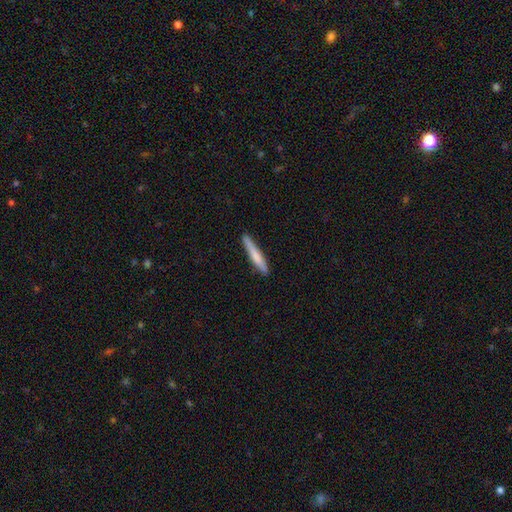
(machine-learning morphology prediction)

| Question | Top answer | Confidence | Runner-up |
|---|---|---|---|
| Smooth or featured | smooth | 69% | featured or disk (26%) |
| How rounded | cigar-shaped | 95% | in between (4%) |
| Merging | none | 88% | minor disturbance (9%) |